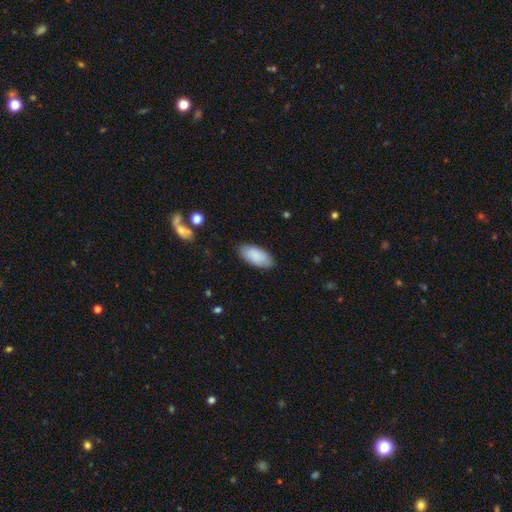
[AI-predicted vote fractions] A smooth galaxy with no disk features (88%) that is in between round and cigar-shaped (92%).

Vote fractions:
- Smooth or featured? smooth: 88% / featured or disk: 7% / star or artifact: 6%
- How rounded? in between: 92% / cigar-shaped: 6% / round: 2%
- Merging? none: 85% / minor disturbance: 11% / major disturbance: 2% / merger: 1%